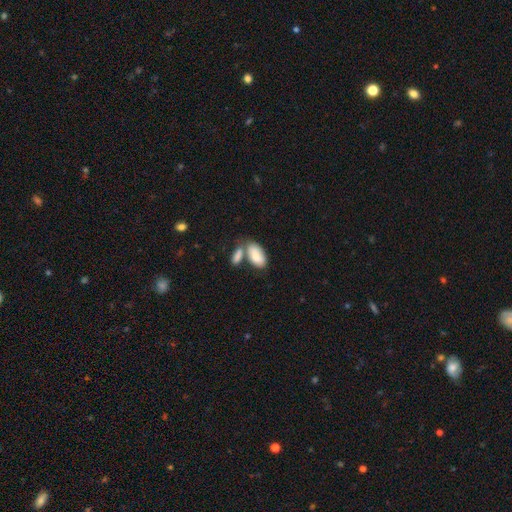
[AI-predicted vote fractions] Smooth or featured: smooth — 84% (featured or disk — 11%)
How rounded: in between — 94% (cigar-shaped — 3%)
Merging: merger — 44% (none — 38%)